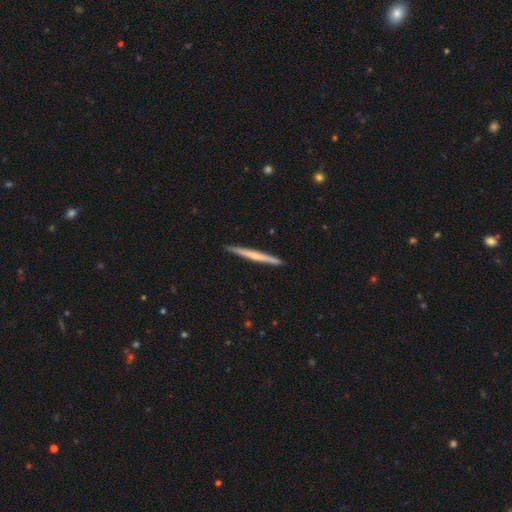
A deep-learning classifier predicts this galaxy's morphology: Smooth or featured? Predicted: featured or disk (p=0.53). Edge-on disk? Predicted: yes (p=0.98). Edge-on bulge? Predicted: none (p=0.55). Merging? Predicted: none (p=0.92).